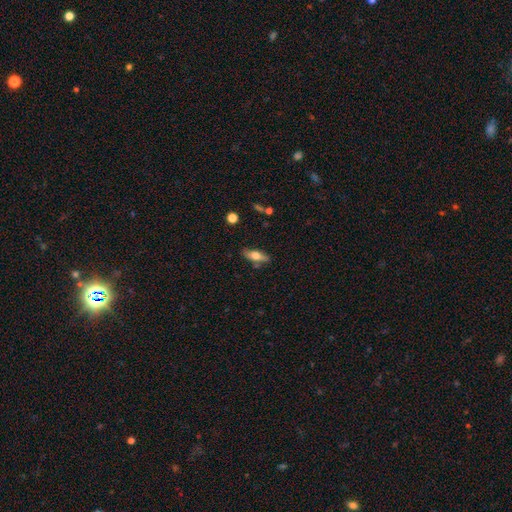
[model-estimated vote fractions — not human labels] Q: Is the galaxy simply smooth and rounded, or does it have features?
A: smooth — 58%.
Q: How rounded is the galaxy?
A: in between — 60%.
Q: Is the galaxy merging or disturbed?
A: none — 76%.